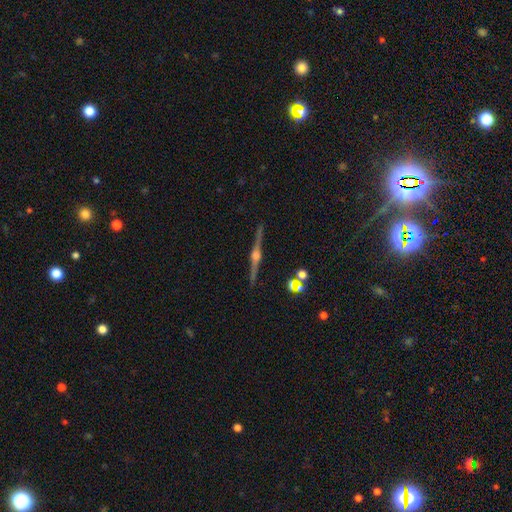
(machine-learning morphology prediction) A featured or disk galaxy (89%) viewed edge-on (98%) with a rounded central bulge (94%). Merging: none (91%).